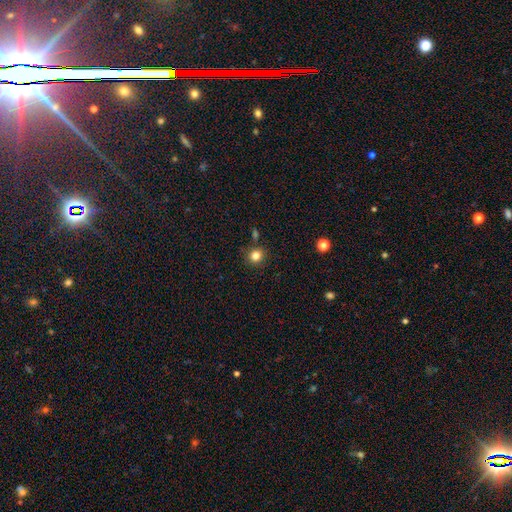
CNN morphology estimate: Overall: smooth (83%). How rounded: round (84%). Merging: none (83%).